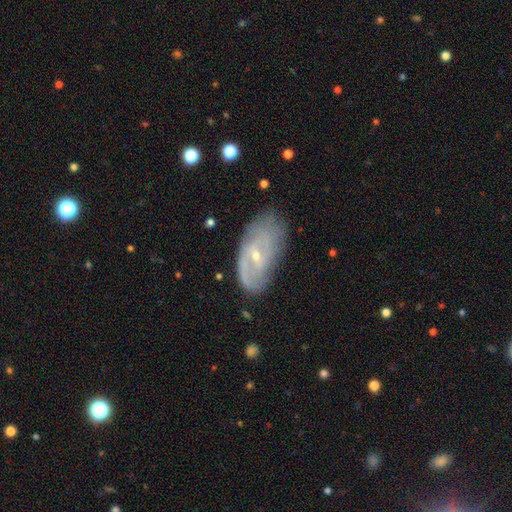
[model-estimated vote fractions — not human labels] This is likely a featured or disk galaxy (70%). It is clearly not viewed edge-on (91%). Bar: possibly weak (49%). Spiral arm pattern: likely yes (75%). Central bulge: likely small (71%). Merging: likely none (63%).